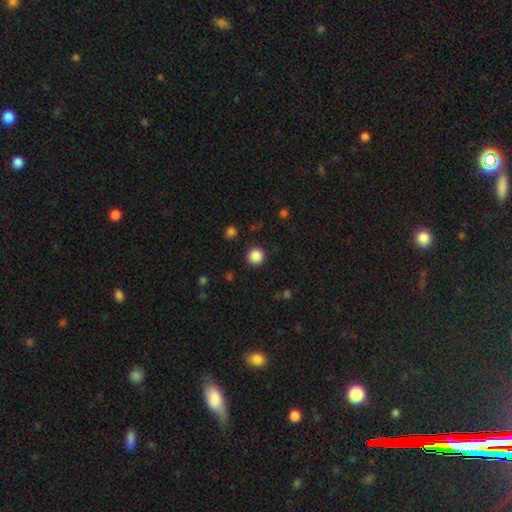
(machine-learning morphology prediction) Overall: smooth (87%). How rounded: round (96%). Merging: none (92%).